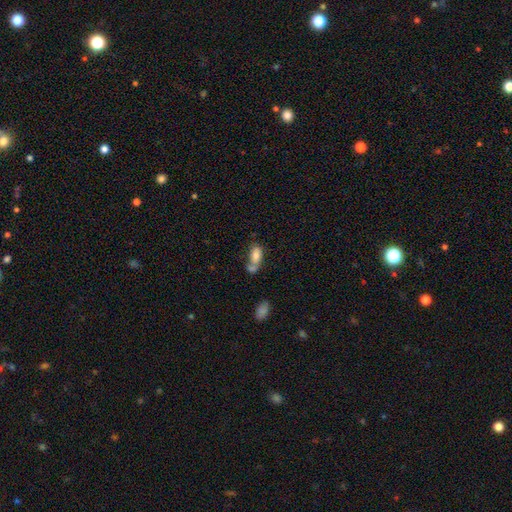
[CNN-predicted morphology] A smooth galaxy with no disk features (73%) that is in between round and cigar-shaped (90%). Merging: merger (45%).